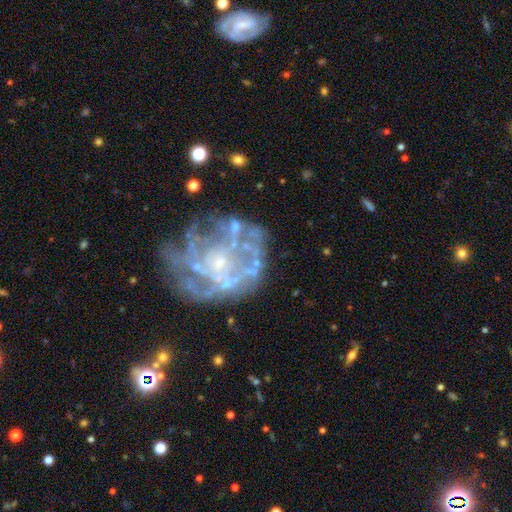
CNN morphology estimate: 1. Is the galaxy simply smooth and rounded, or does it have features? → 76% featured or disk, 12% smooth, 12% star or artifact.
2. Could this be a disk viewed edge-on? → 98% no, 2% yes.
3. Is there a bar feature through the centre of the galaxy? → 84% no, 12% weak, 3% strong.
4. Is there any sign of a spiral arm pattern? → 59% no, 41% yes.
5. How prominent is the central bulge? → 61% small, 22% none, 14% moderate, 2% large, 1% dominant.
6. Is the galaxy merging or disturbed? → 45% none, 28% major disturbance, 19% minor disturbance, 8% merger.